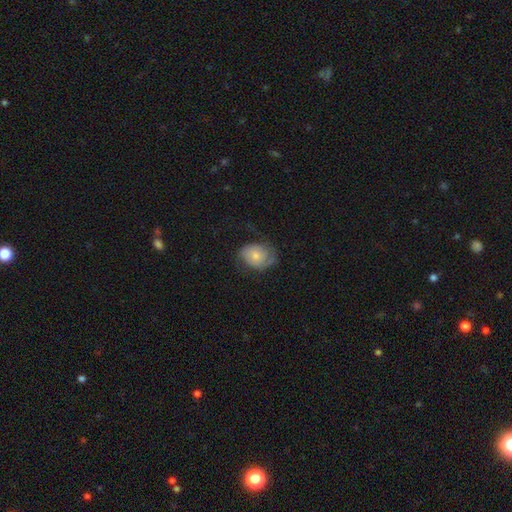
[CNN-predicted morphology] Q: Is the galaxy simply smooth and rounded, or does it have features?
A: smooth — 53%.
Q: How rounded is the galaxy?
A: in between — 56%.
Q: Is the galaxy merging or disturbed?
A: none — 53%.